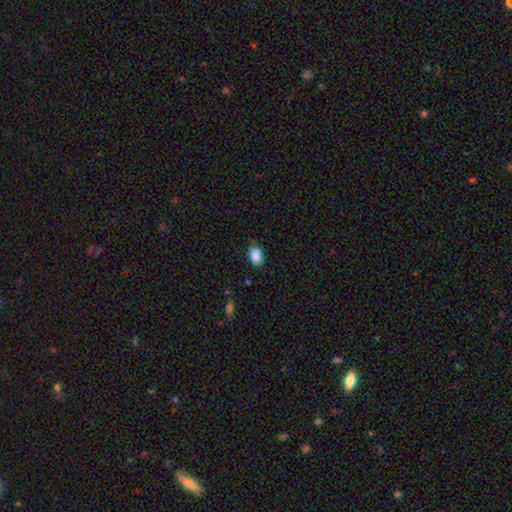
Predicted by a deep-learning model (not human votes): smooth_or_featured: smooth (p=0.88) [alt: star or artifact p=0.08]
how_rounded: in between (p=0.87) [alt: round p=0.11]
merging: none (p=0.73) [alt: minor disturbance p=0.22]